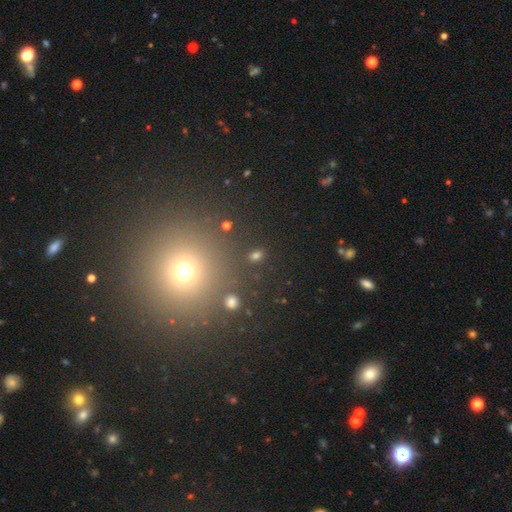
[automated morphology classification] type=smooth (60%); roundness=round (68%); merging=none (85%).